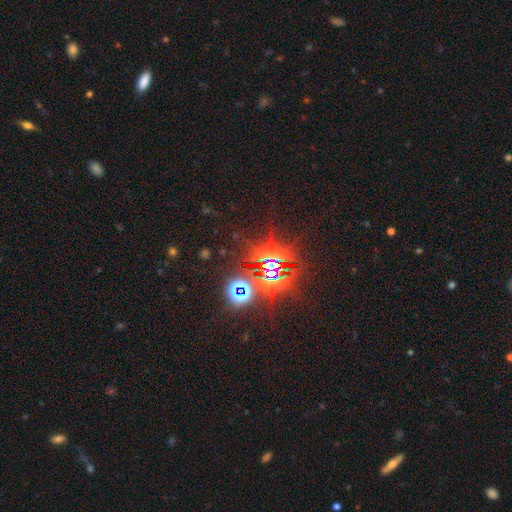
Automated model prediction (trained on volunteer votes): The model was most divided on "smooth or featured": star or artifact: 84%, smooth: 9%, featured or disk: 8%.